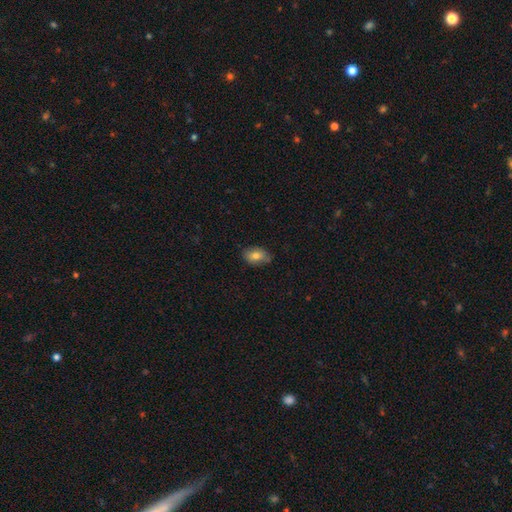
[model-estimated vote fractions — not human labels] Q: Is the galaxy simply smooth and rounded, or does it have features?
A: smooth — 78%.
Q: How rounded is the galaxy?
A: in between — 87%.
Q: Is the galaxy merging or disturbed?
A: none — 75%.